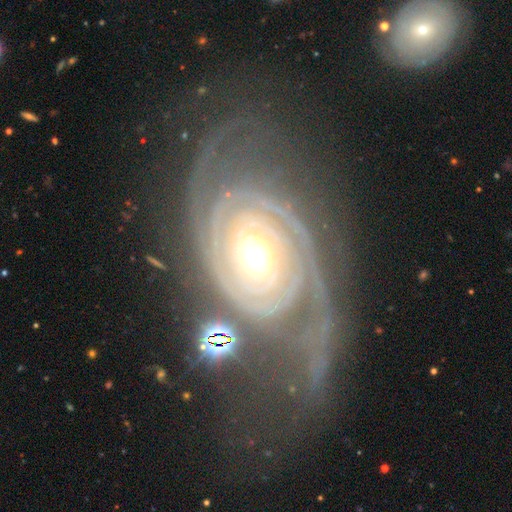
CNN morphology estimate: Smooth or featured: featured or disk — 91% (star or artifact — 5%)
Edge-on disk: no — 96% (yes — 4%)
Bar: no — 61% (weak — 23%)
Spiral arms: yes — 97% (no — 3%)
Spiral winding: tight — 79% (medium — 17%)
Spiral arm count: 2 — 44% (3 — 18%)
Bulge size: moderate — 69% (small — 18%)
Merging: none — 53% (major disturbance — 20%)